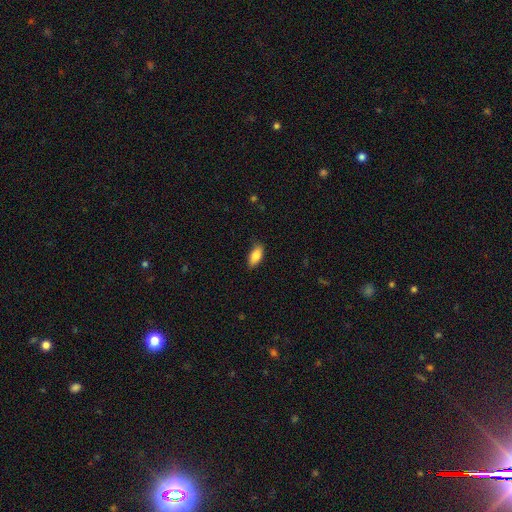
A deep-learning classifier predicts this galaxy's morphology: This is clearly a smooth galaxy (84%). How rounded: clearly in between (87%). Merging: clearly none (82%).